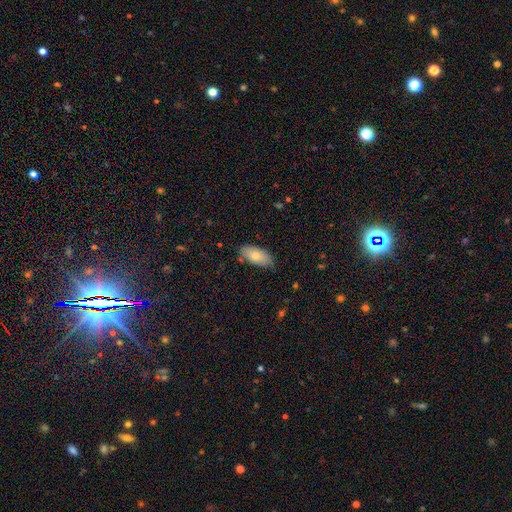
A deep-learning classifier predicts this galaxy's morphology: Smooth or featured? Predicted: smooth (p=0.75). How rounded? Predicted: in between (p=0.91). Merging? Predicted: none (p=0.75).